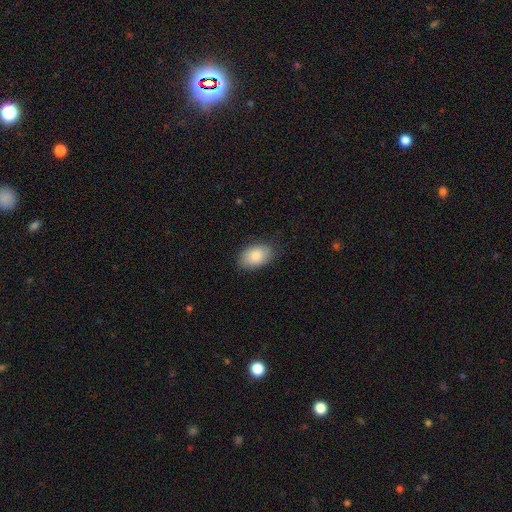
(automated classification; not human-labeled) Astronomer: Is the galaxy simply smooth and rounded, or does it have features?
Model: smooth — 86%.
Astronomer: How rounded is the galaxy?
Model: in between — 91%.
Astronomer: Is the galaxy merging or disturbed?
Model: none — 81%.